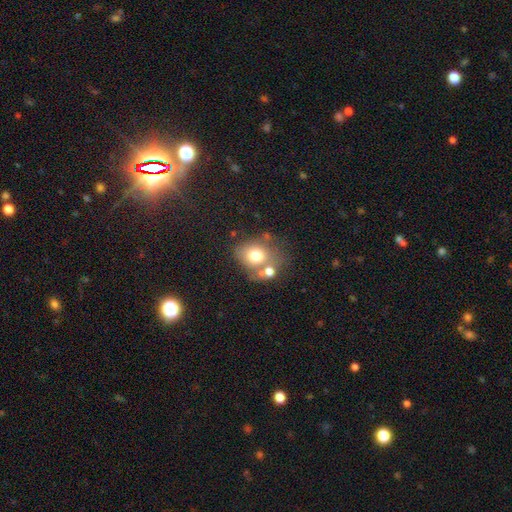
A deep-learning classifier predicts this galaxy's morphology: smooth-or-featured: smooth: 71% | featured or disk: 18% | star or artifact: 12%
  how-rounded: round: 55% | in between: 44% | cigar-shaped: 1%
  merging: none: 47% | merger: 30% | minor disturbance: 15% | major disturbance: 8%